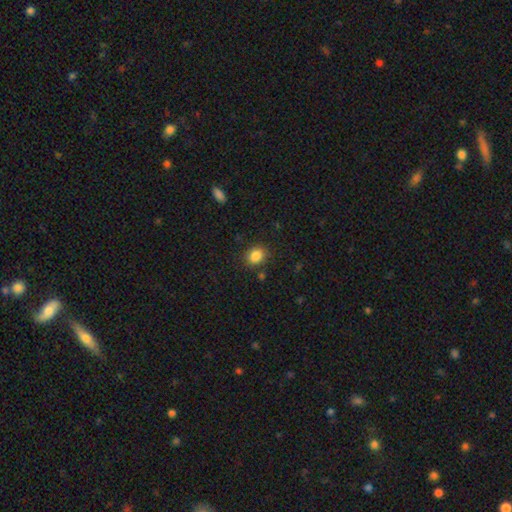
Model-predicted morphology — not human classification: Overall: smooth (85%). How rounded: round (55%; in between 44%). Merging: none (85%).